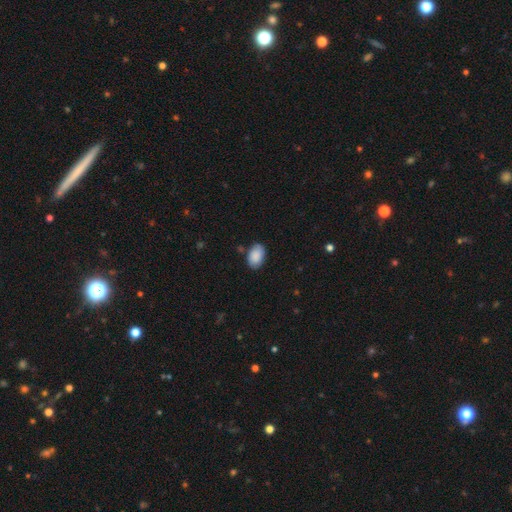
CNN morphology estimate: Smooth or featured? Predicted: smooth (p=0.87). How rounded? Predicted: in between (p=0.89). Merging? Predicted: none (p=0.80).